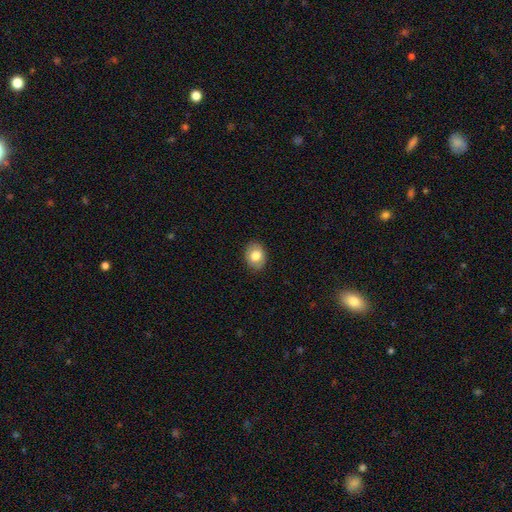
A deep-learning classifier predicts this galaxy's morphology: Smooth or featured?
  - smooth: 78% *
  - featured or disk: 14%
  - star or artifact: 8%
How rounded?
  - in between: 60% *
  - round: 39%
  - cigar-shaped: 1%
Merging?
  - none: 86% *
  - minor disturbance: 11%
  - major disturbance: 2%
  - merger: 1%